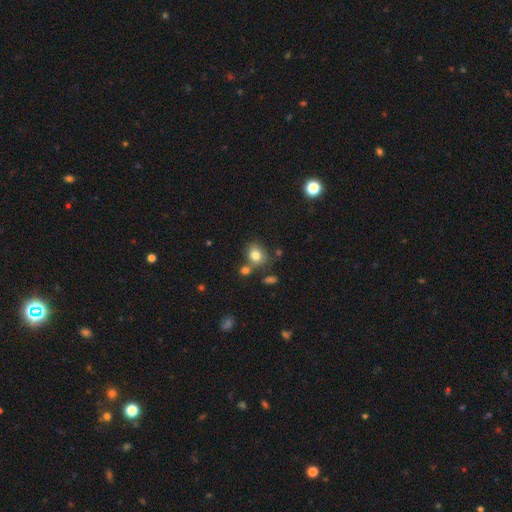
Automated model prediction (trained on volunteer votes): A smooth galaxy with no disk features (80%) that is round (51%).

Vote fractions:
- Smooth or featured? smooth: 80% / star or artifact: 11% / featured or disk: 9%
- How rounded? round: 51% / in between: 48% / cigar-shaped: 1%
- Merging? none: 62% / merger: 18% / minor disturbance: 16% / major disturbance: 5%